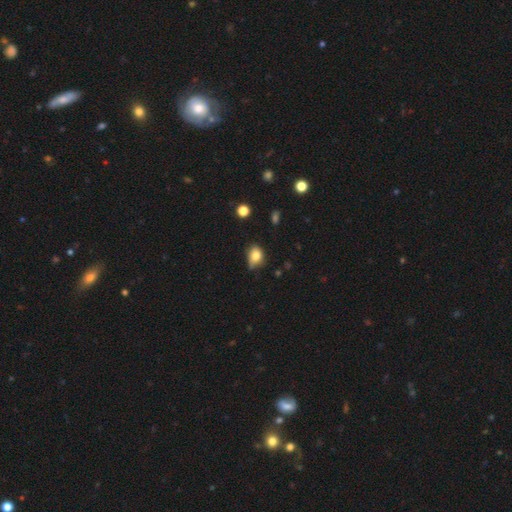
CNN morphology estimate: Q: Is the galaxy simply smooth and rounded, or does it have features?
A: smooth — 79%.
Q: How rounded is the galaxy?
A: in between — 59%.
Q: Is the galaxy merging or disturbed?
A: none — 51%.